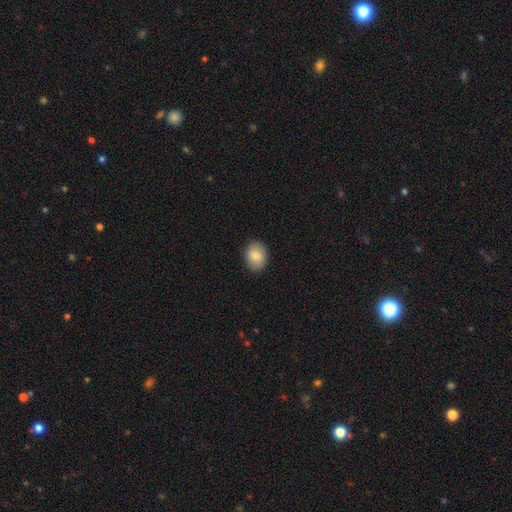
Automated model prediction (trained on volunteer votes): The model was most divided on "how rounded": in between: 58%, round: 41%, cigar-shaped: 1%. More confident: merging — none (88%); smooth or featured — smooth (82%).